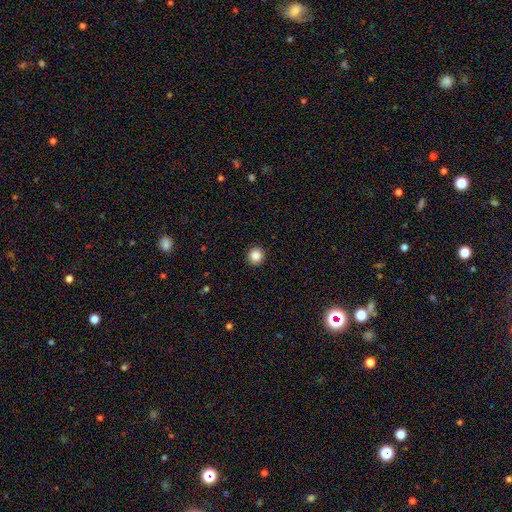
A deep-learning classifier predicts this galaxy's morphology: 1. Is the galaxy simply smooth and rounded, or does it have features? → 87% smooth, 10% star or artifact, 3% featured or disk.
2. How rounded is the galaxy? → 94% round, 5% in between, 1% cigar-shaped.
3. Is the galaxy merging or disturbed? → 92% none, 5% minor disturbance, 2% major disturbance, 1% merger.